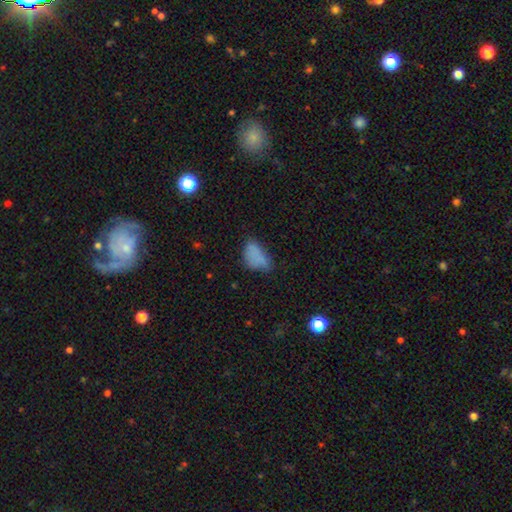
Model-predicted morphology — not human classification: Smooth or featured? Predicted: smooth (p=0.78). How rounded? Predicted: in between (p=0.91). Merging? Predicted: none (p=0.44).